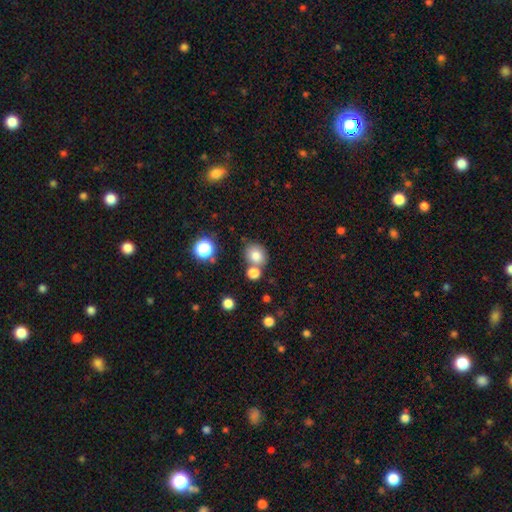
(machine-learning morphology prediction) A smooth galaxy with no disk features (79%) that is round (66%).

Vote fractions:
- Smooth or featured? smooth: 79% / star or artifact: 13% / featured or disk: 9%
- How rounded? round: 66% / in between: 33% / cigar-shaped: 1%
- Merging? none: 62% / merger: 24% / minor disturbance: 11% / major disturbance: 4%